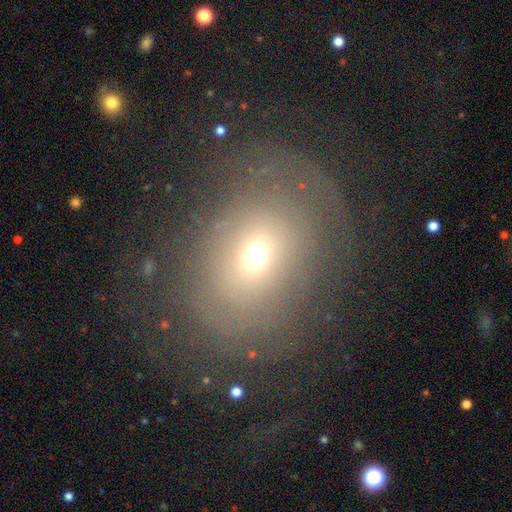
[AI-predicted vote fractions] The model was most divided on "how rounded": round: 54%, in between: 44%, cigar-shaped: 1%. More confident: merging — none (57%); smooth or featured — smooth (53%).